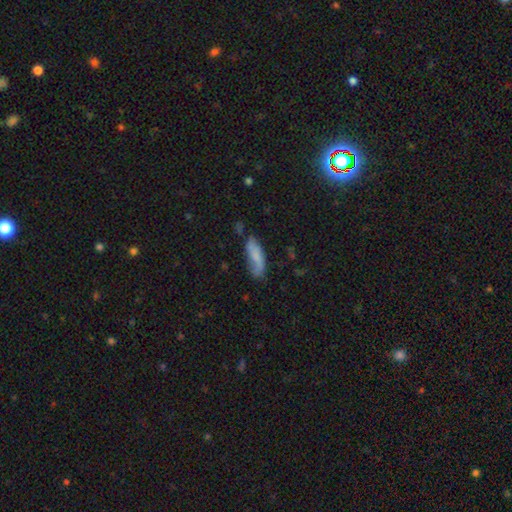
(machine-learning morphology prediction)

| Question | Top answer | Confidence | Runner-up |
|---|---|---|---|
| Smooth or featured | smooth | 70% | featured or disk (23%) |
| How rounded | in between | 57% | cigar-shaped (41%) |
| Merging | none | 58% | minor disturbance (29%) |